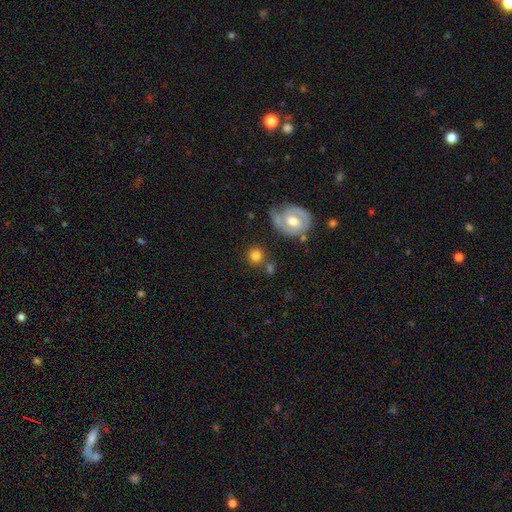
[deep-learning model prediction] Morphology: type=smooth (75%); roundness=round (90%); merging=none (73%).